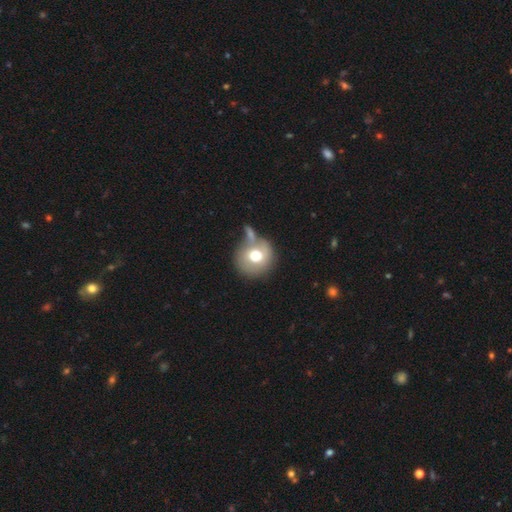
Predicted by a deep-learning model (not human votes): The model was most divided on "merging": none: 56%, merger: 20%, minor disturbance: 16%, major disturbance: 8%. More confident: how rounded — round (89%); smooth or featured — smooth (69%).